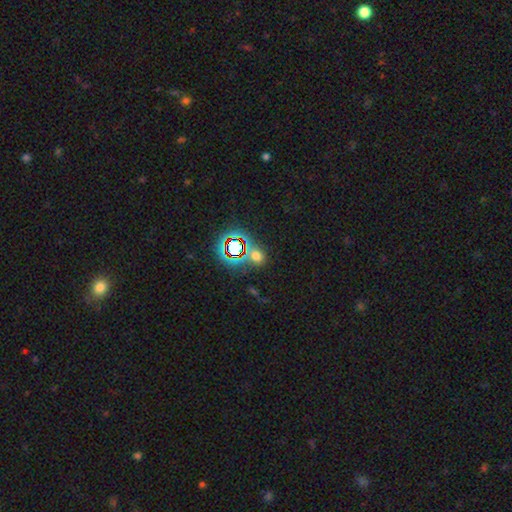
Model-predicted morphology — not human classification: Smooth or featured? smooth (52%)
How rounded? round (69%)
Merging? none (71%)